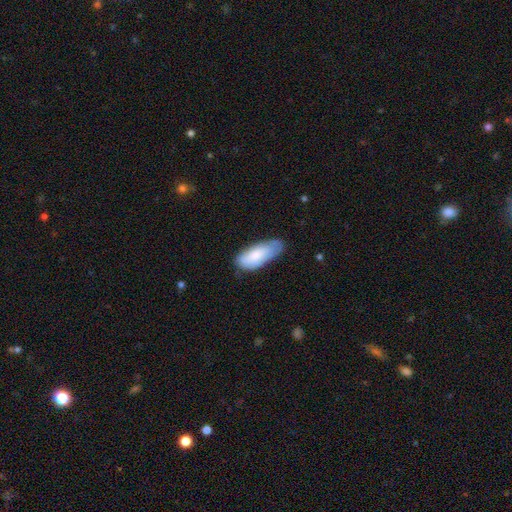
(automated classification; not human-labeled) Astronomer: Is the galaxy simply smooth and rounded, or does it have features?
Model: smooth — 77%.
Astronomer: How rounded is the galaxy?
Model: in between — 83%.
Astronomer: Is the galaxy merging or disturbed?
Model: none — 56% (runner-up: minor disturbance, 35%).